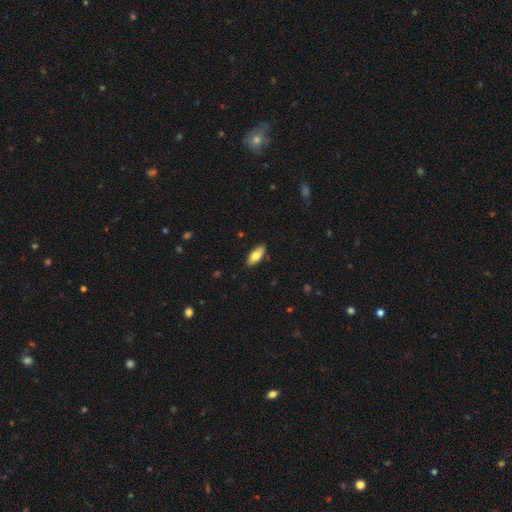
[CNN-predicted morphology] smooth-or-featured: smooth: 73% | featured or disk: 21% | star or artifact: 6%
  how-rounded: in between: 81% | cigar-shaped: 17% | round: 2%
  merging: none: 87% | minor disturbance: 10% | major disturbance: 2% | merger: 1%